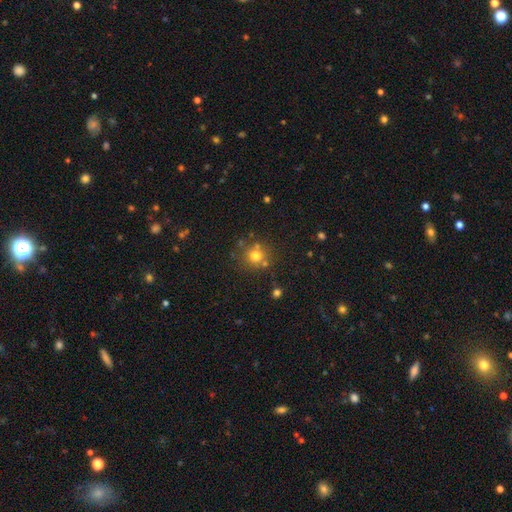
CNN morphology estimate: smooth_or_featured: smooth (p=0.71) [alt: star or artifact p=0.18]
how_rounded: round (p=0.90) [alt: in between p=0.09]
merging: none (p=0.71) [alt: merger p=0.14]